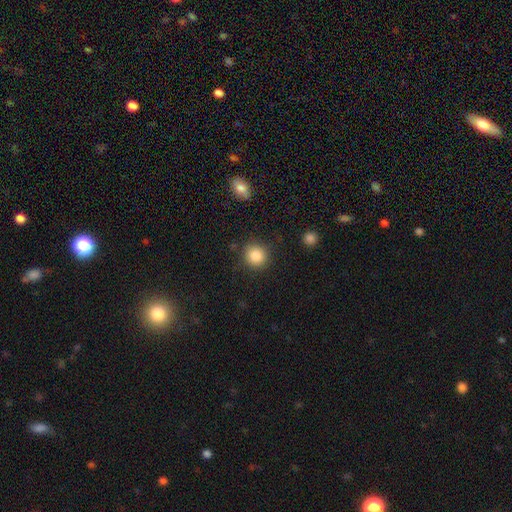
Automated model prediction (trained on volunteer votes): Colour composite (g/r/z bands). It shows a smooth galaxy with no disk features (86%) that is round (89%). Merging: none (87%).